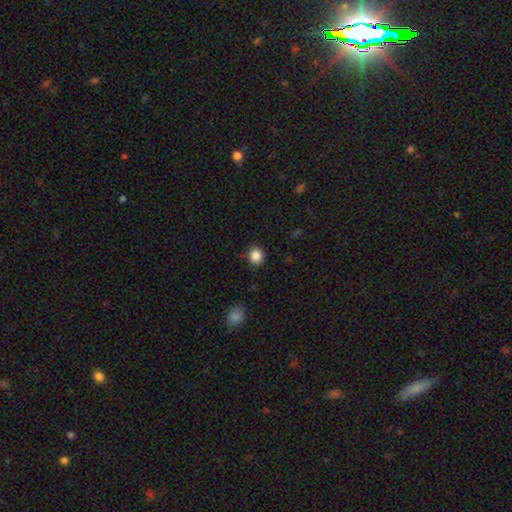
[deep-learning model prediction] Smooth or featured? Predicted: smooth (p=0.86). How rounded? Predicted: round (p=0.76). Merging? Predicted: none (p=0.88).